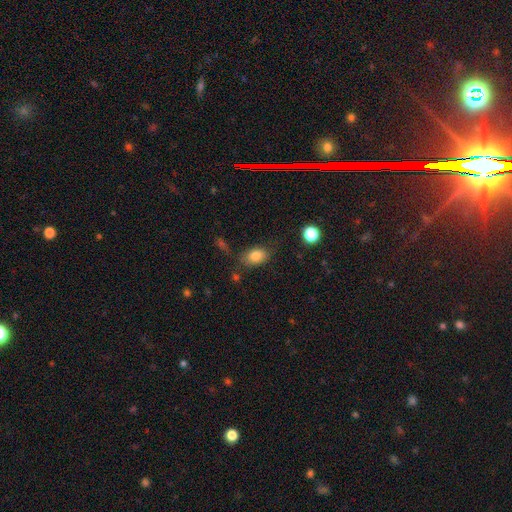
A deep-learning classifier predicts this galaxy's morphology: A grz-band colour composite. It shows a smooth galaxy with no disk features (82%) that is in between round and cigar-shaped (80%). Merging: none (70%).